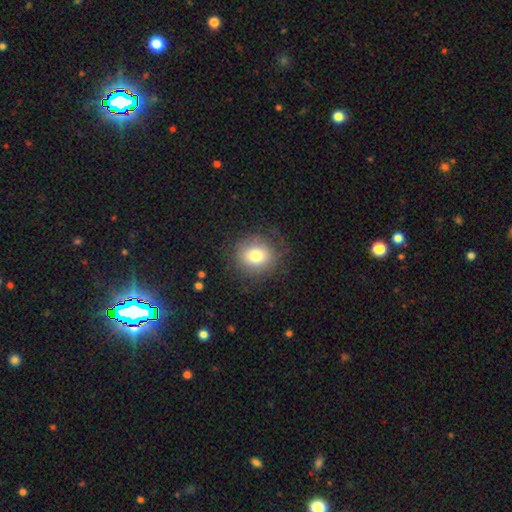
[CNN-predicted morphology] Smooth or featured?
  - smooth: 76% *
  - featured or disk: 13%
  - star or artifact: 11%
How rounded?
  - round: 87% *
  - in between: 12%
  - cigar-shaped: 1%
Merging?
  - none: 80% *
  - minor disturbance: 13%
  - major disturbance: 6%
  - merger: 1%